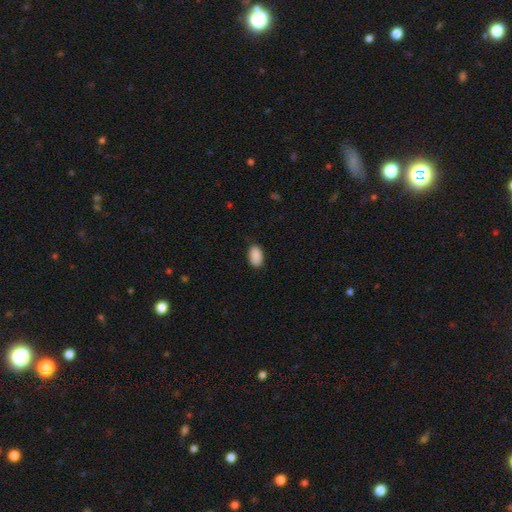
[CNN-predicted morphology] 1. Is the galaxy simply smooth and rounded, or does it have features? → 90% smooth, 7% star or artifact, 3% featured or disk.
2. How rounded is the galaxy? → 93% in between, 5% round, 2% cigar-shaped.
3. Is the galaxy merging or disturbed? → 85% none, 12% minor disturbance, 2% major disturbance, 1% merger.